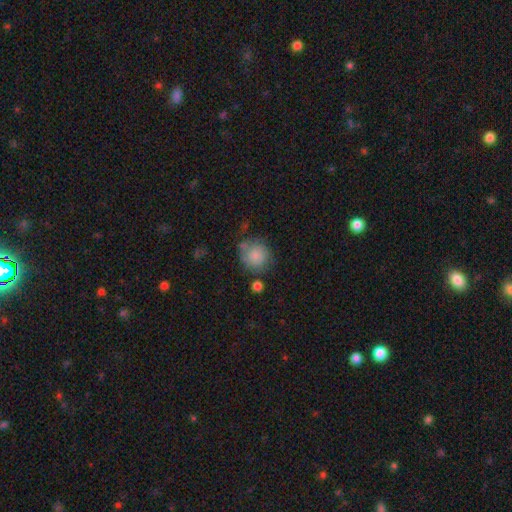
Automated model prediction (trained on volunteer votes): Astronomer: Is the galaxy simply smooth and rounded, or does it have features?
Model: smooth — 81%.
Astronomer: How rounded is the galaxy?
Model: round — 88%.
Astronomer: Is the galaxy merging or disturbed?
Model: none — 62%.